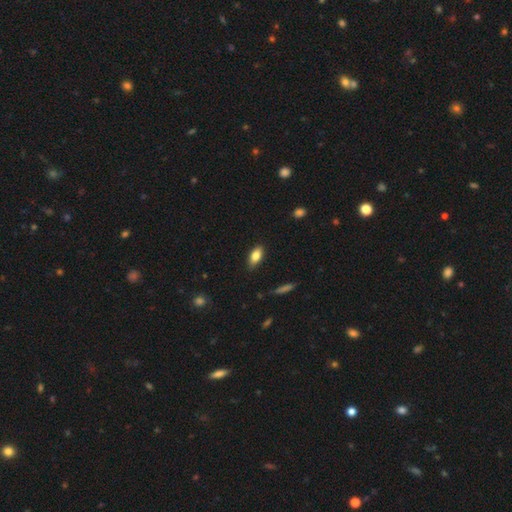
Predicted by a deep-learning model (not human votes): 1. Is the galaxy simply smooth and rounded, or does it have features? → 81% smooth, 12% featured or disk, 7% star or artifact.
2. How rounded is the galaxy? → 86% in between, 11% cigar-shaped, 4% round.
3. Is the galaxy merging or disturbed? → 84% none, 12% minor disturbance, 2% major disturbance, 1% merger.